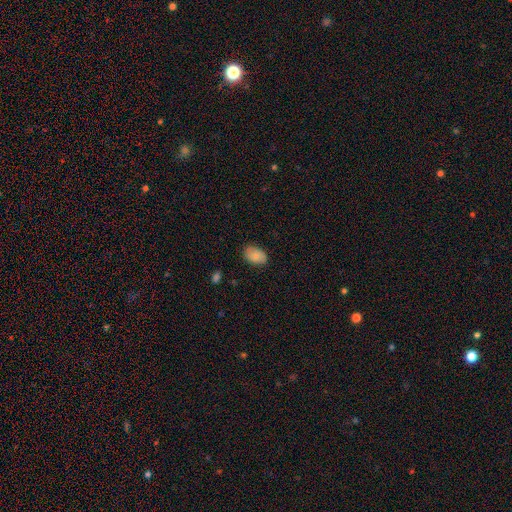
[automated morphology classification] smooth_or_featured: smooth (p=0.84) [alt: featured or disk p=0.09]
how_rounded: in between (p=0.89) [alt: round p=0.10]
merging: none (p=0.80) [alt: minor disturbance p=0.15]